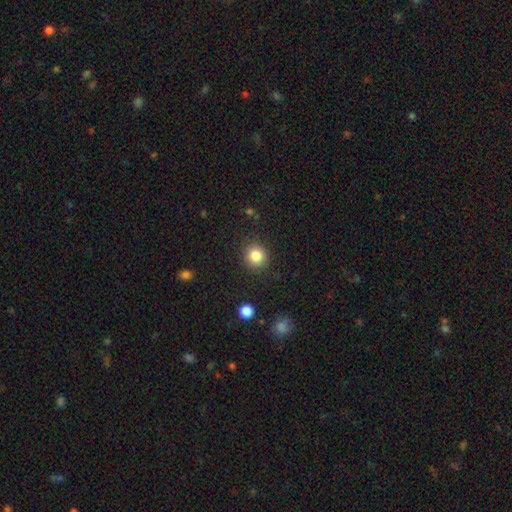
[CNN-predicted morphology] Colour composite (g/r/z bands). It shows a smooth galaxy with no disk features (84%) that is round (91%). Merging: none (89%).